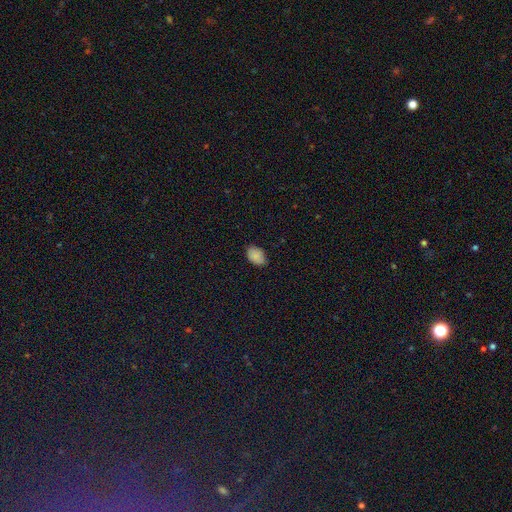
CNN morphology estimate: The model was most divided on "merging": none: 78%, minor disturbance: 18%, major disturbance: 3%, merger: 1%. More confident: smooth or featured — smooth (87%); how rounded — in between (87%).